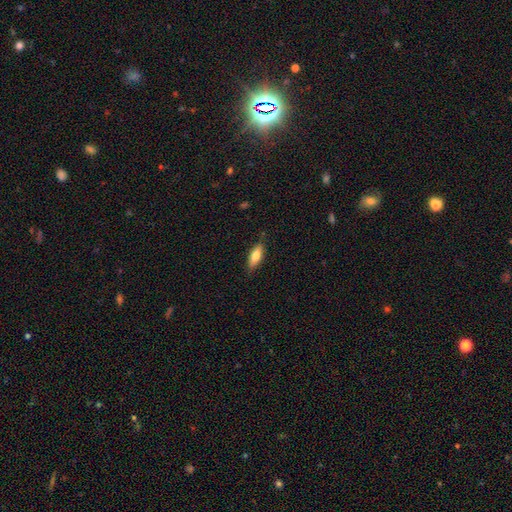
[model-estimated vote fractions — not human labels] Smooth or featured: smooth — 74% (featured or disk — 20%)
How rounded: in between — 64% (cigar-shaped — 34%)
Merging: none — 83% (minor disturbance — 14%)